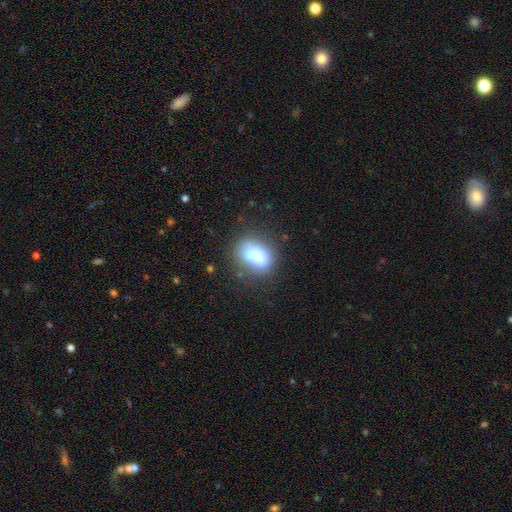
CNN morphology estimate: smooth_or_featured: smooth (p=0.74) [alt: featured or disk p=0.16]
how_rounded: in between (p=0.72) [alt: round p=0.25]
merging: none (p=0.58) [alt: minor disturbance p=0.22]